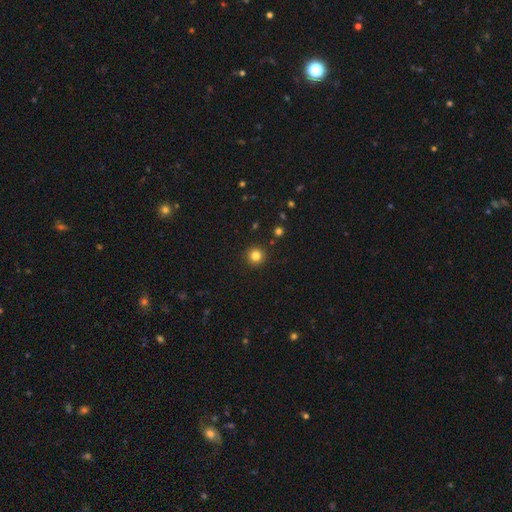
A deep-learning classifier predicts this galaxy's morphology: Smooth or featured?
  - smooth: 82% *
  - star or artifact: 13%
  - featured or disk: 5%
How rounded?
  - round: 96% *
  - in between: 4%
  - cigar-shaped: 1%
Merging?
  - none: 93% *
  - minor disturbance: 4%
  - major disturbance: 2%
  - merger: 1%